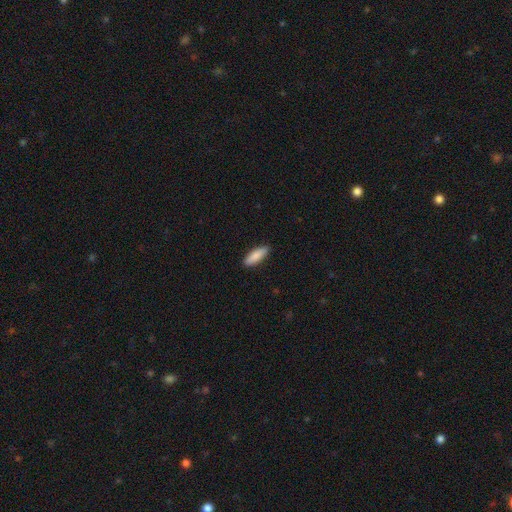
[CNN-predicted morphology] smooth_or_featured: smooth (p=0.86) [alt: featured or disk p=0.08]
how_rounded: cigar-shaped (p=0.51) [alt: in between p=0.48]
merging: none (p=0.89) [alt: minor disturbance p=0.08]